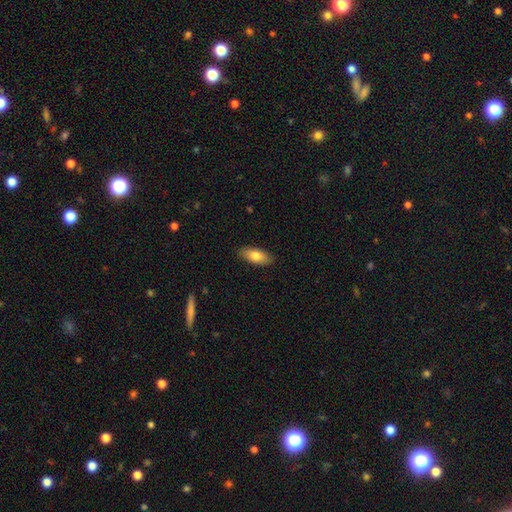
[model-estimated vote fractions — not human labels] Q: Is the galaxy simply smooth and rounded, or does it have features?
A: smooth — 78%.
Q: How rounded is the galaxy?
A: in between — 85%.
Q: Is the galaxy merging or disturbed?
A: none — 88%.